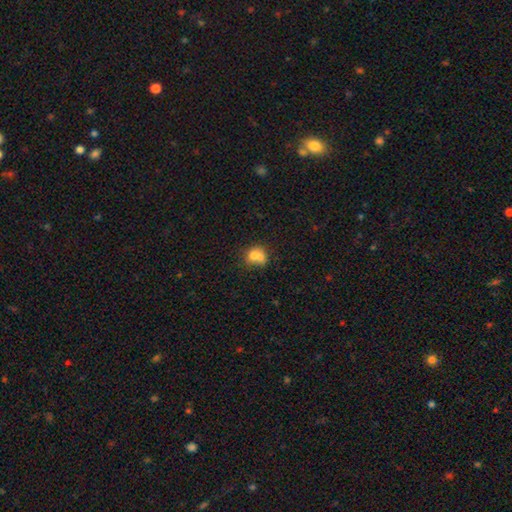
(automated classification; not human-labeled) Smooth or featured? Predicted: smooth (p=0.72). How rounded? Predicted: round (p=0.61). Merging? Predicted: merger (p=0.52).